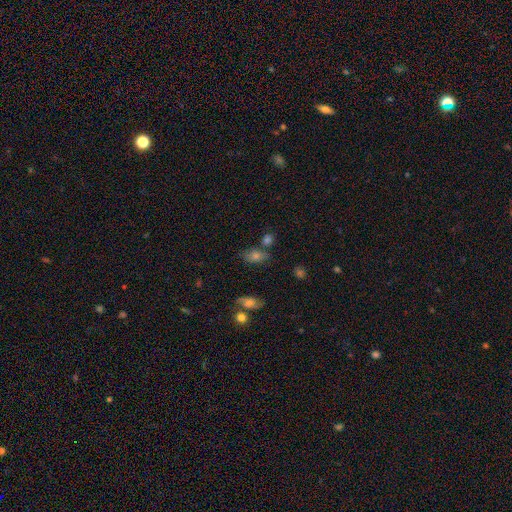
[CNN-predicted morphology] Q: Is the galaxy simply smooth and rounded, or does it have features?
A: smooth — 65%.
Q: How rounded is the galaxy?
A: in between — 77%.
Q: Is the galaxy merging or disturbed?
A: none — 62%.